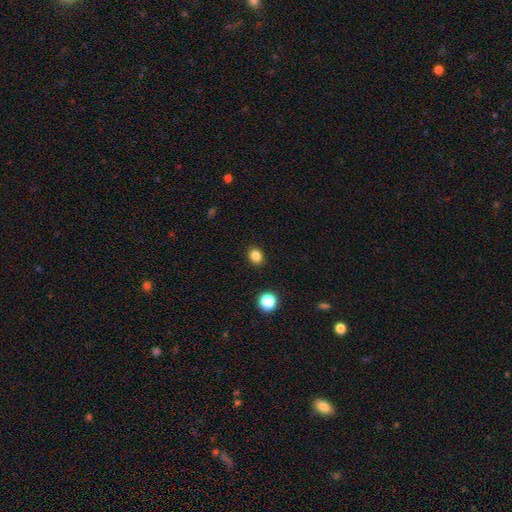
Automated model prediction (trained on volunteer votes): The model was most divided on "how rounded": round: 61%, in between: 38%, cigar-shaped: 1%. More confident: merging — none (90%); smooth or featured — smooth (83%).